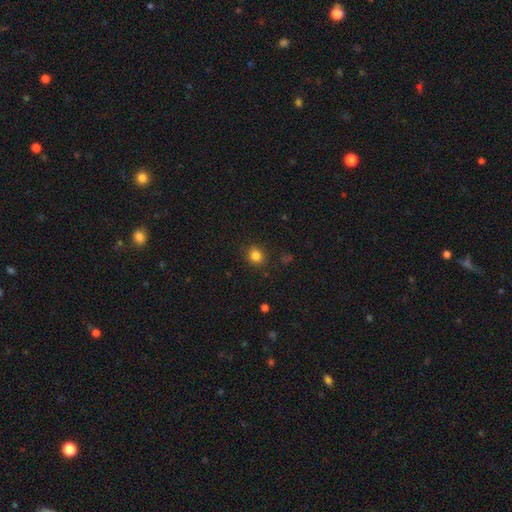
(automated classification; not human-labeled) Smooth or featured? Predicted: smooth (p=0.83). How rounded? Predicted: round (p=0.74). Merging? Predicted: none (p=0.86).